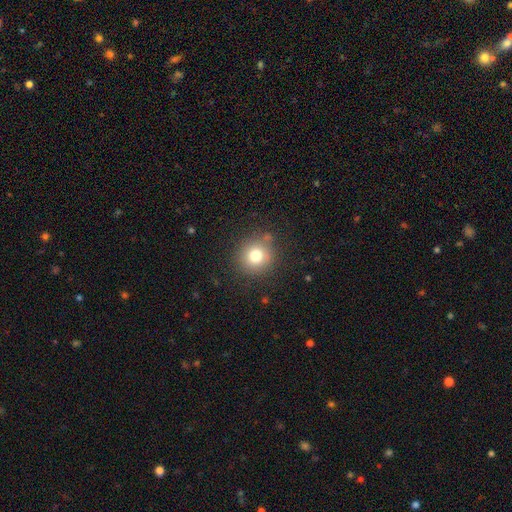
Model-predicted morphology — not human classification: type=smooth (77%); roundness=round (92%); merging=none (84%).